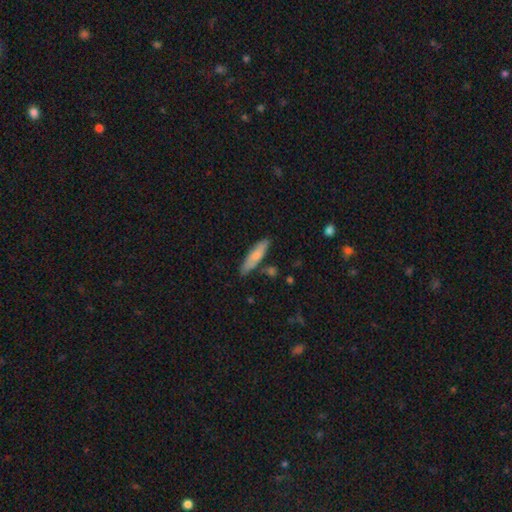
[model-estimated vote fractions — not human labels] The model was most divided on "how rounded": cigar-shaped: 71%, in between: 27%, round: 2%. More confident: merging — none (77%); smooth or featured — smooth (71%).